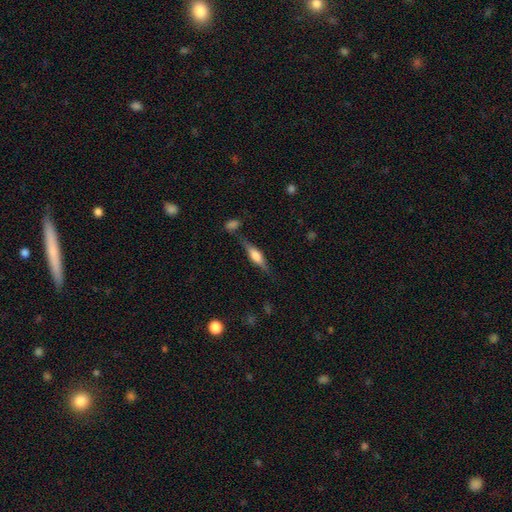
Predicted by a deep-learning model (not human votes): This is likely a featured or disk galaxy (60%). It is clearly viewed edge-on (95%). Edge-on bulge: likely rounded (77%). Merging: likely none (75%).